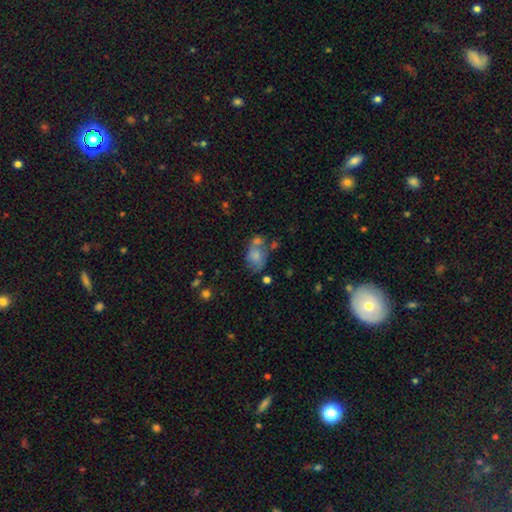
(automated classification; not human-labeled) Smooth or featured?
  - smooth: 65% *
  - featured or disk: 25%
  - star or artifact: 10%
How rounded?
  - in between: 72% *
  - round: 26%
  - cigar-shaped: 2%
Merging?
  - merger: 34% *
  - none: 33%
  - minor disturbance: 20%
  - major disturbance: 13%